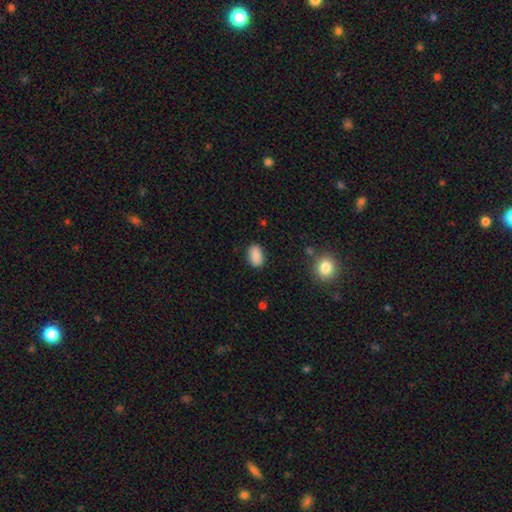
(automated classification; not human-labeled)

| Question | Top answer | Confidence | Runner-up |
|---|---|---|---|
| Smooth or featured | smooth | 86% | star or artifact (8%) |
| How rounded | in between | 89% | round (9%) |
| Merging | none | 86% | minor disturbance (10%) |